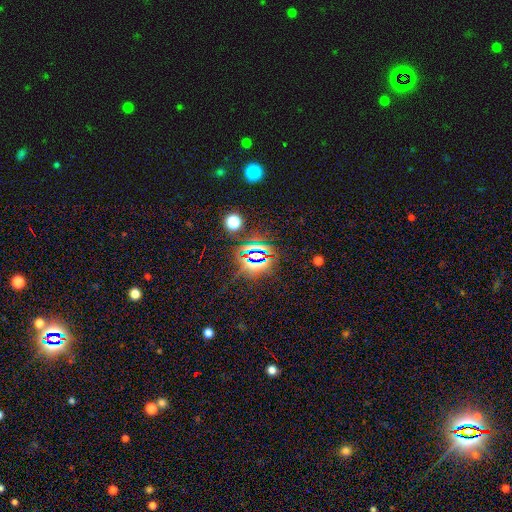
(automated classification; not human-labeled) smooth-or-featured: star or artifact: 78% | smooth: 13% | featured or disk: 9%